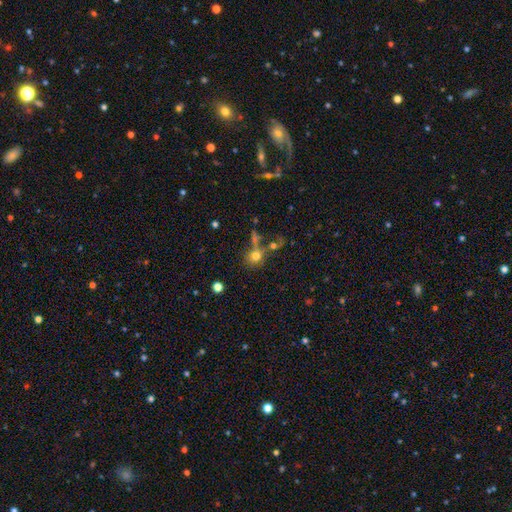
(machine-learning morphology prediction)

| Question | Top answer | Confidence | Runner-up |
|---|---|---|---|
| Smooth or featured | smooth | 73% | star or artifact (15%) |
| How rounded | round | 83% | in between (15%) |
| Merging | none | 53% | merger (26%) |